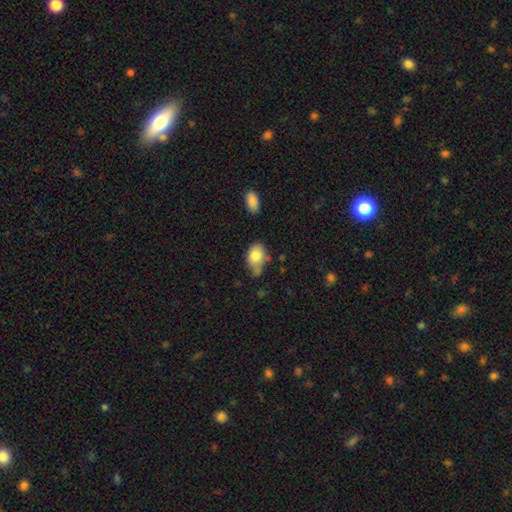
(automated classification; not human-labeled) Smooth or featured? Predicted: smooth (p=0.81). How rounded? Predicted: in between (p=0.81). Merging? Predicted: none (p=0.41).